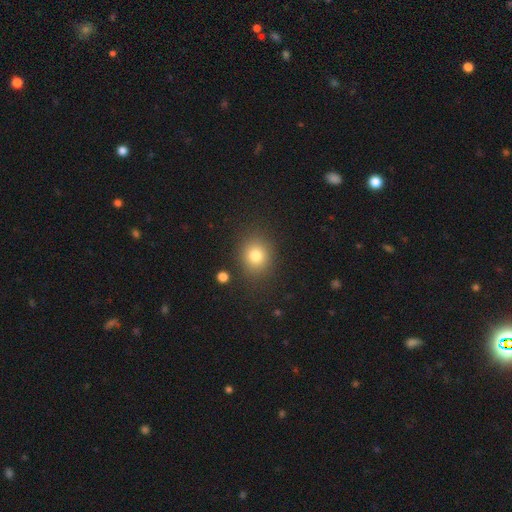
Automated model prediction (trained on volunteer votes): Morphology: type=smooth (79%); roundness=round (69%); merging=none (85%).